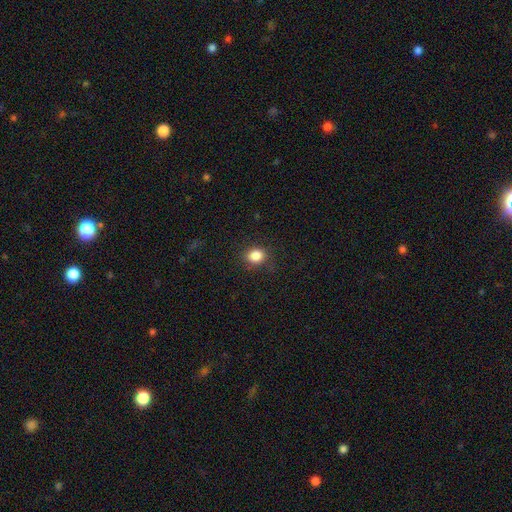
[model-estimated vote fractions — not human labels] The model was most divided on "how rounded": round: 61%, in between: 38%, cigar-shaped: 1%. More confident: merging — none (86%); smooth or featured — smooth (85%).